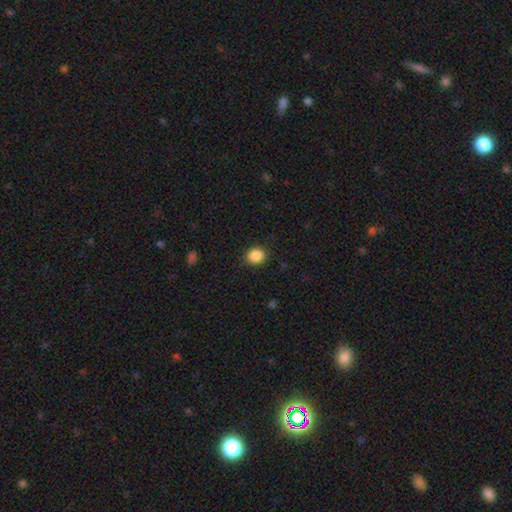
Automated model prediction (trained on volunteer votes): Q: Smooth or featured?
A: smooth (87%); runner-up: star or artifact (9%)
Q: How rounded?
A: round (71%); runner-up: in between (28%)
Q: Merging?
A: none (89%); runner-up: minor disturbance (8%)